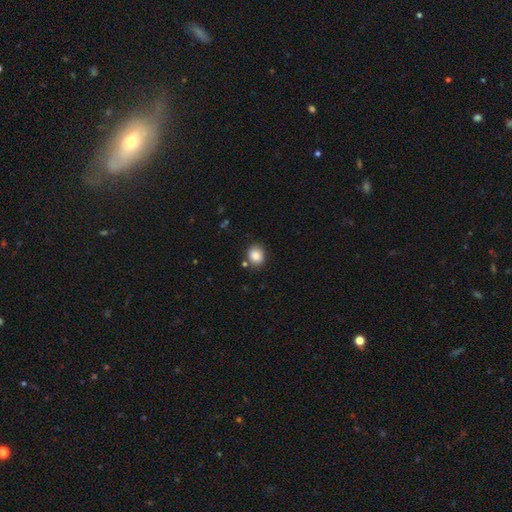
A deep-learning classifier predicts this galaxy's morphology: Smooth or featured? Predicted: smooth (p=0.86). How rounded? Predicted: round (p=0.64). Merging? Predicted: none (p=0.78).